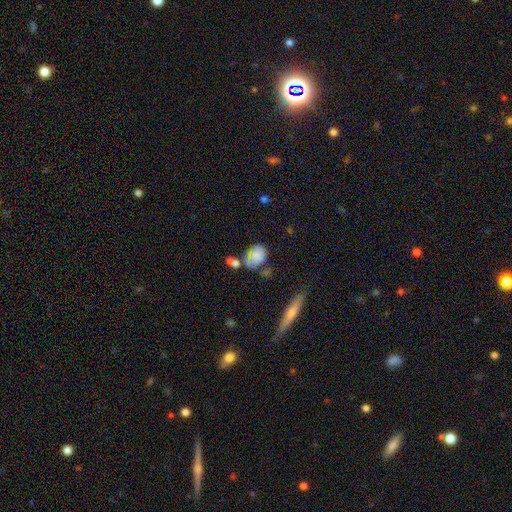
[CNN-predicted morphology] This is likely a smooth galaxy (66%). How rounded: possibly in between (54%). Merging: marginally none (39%).